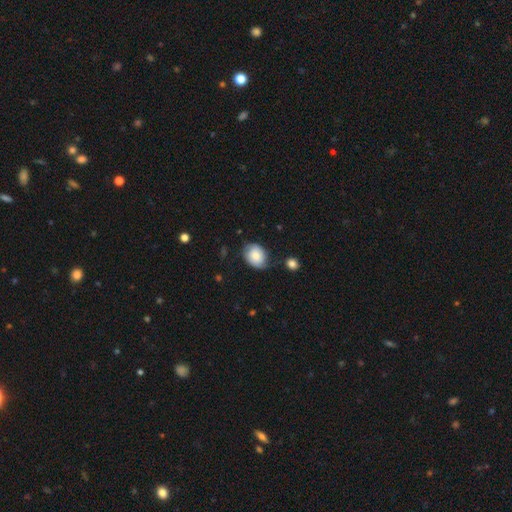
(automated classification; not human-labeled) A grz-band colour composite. It shows a smooth galaxy with no disk features (69%) that is in between round and cigar-shaped (58%). Merging: none (59%).